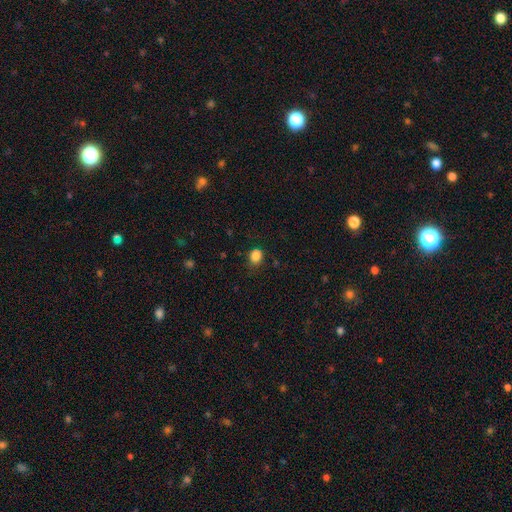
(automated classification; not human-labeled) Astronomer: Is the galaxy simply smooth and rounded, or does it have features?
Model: smooth — 85%.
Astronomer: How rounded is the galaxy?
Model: round — 66%.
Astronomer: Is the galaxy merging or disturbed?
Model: none — 72%.